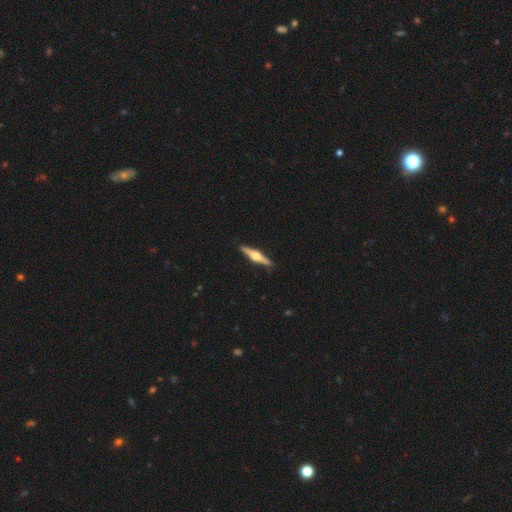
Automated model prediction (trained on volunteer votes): smooth_or_featured: featured or disk (p=0.79) [alt: smooth p=0.16]
disk_edge_on: yes (p=0.98) [alt: no p=0.02]
edge_on_bulge: rounded (p=0.93) [alt: boxy p=0.05]
merging: none (p=0.91) [alt: minor disturbance p=0.06]